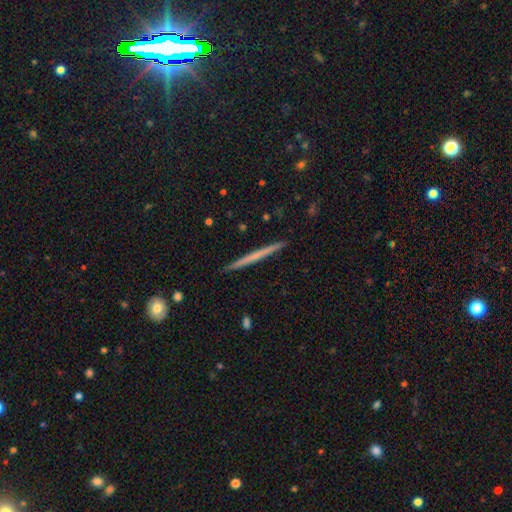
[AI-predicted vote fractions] Smooth or featured? featured or disk (52%)
Edge-on disk? yes (98%)
Edge-on bulge? none (88%)
Merging? none (93%)